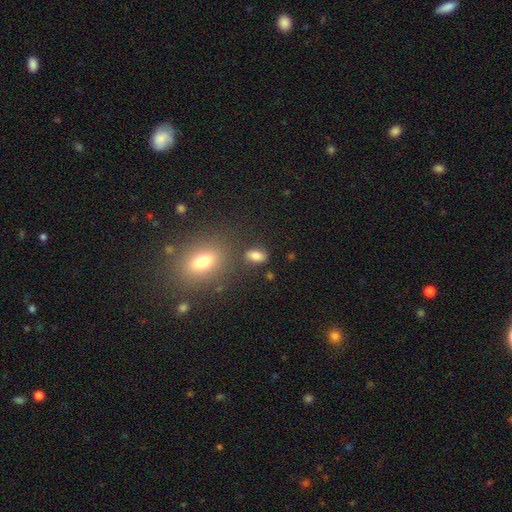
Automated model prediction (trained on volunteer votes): Smooth or featured? smooth (81%)
How rounded? in between (86%)
Merging? none (78%)